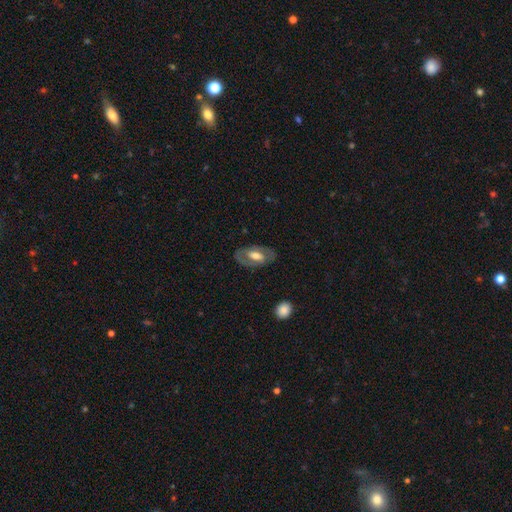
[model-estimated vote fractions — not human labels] Smooth or featured? featured or disk (55%)
Edge-on disk? no (90%)
Merging? none (81%)